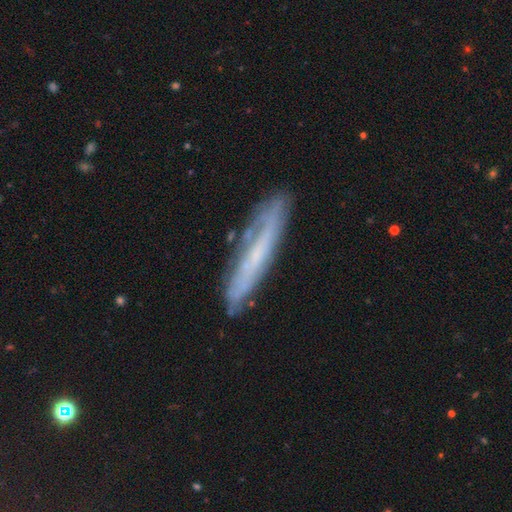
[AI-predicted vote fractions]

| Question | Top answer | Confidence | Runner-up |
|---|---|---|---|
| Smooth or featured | featured or disk | 55% | smooth (37%) |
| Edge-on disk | yes | 66% | no (34%) |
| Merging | none | 79% | minor disturbance (15%) |